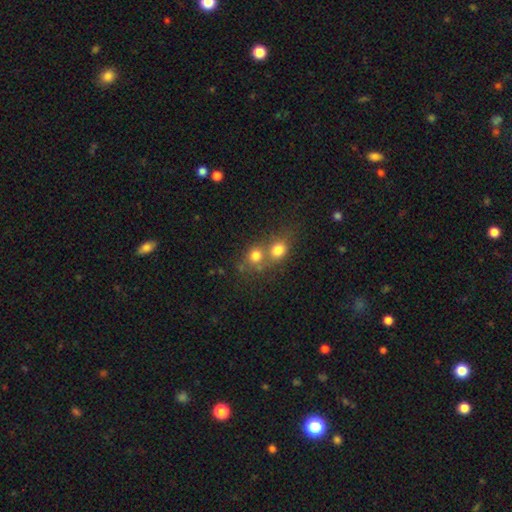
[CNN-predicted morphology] Overall: smooth (76%). How rounded: round (80%). Merging: merger (53%; none 37%).